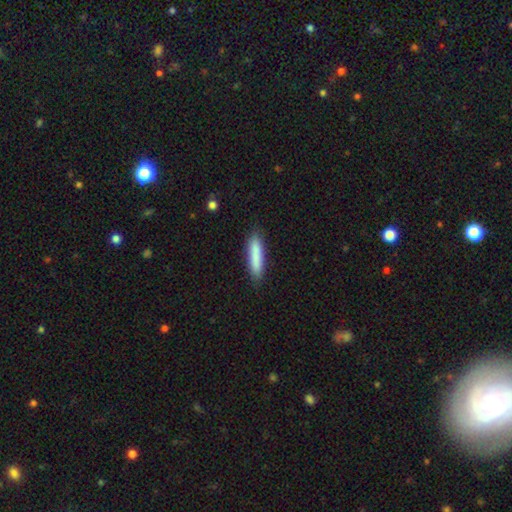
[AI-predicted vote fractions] This appears to be a smooth galaxy with no disk features (83%) that is cigar-shaped (80%). Merging: none (85%).